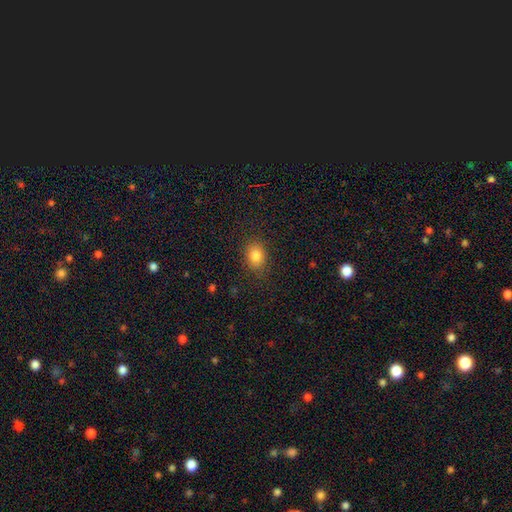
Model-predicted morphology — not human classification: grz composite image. It shows a smooth galaxy with no disk features (83%) that is in between round and cigar-shaped (63%). Merging: none (85%).